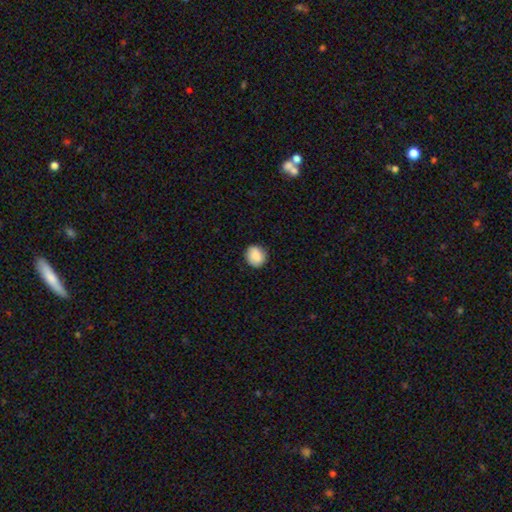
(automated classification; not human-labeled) Smooth or featured?
  - smooth: 86% *
  - star or artifact: 8%
  - featured or disk: 6%
How rounded?
  - round: 81% *
  - in between: 18%
  - cigar-shaped: 1%
Merging?
  - none: 87% *
  - minor disturbance: 10%
  - major disturbance: 2%
  - merger: 1%